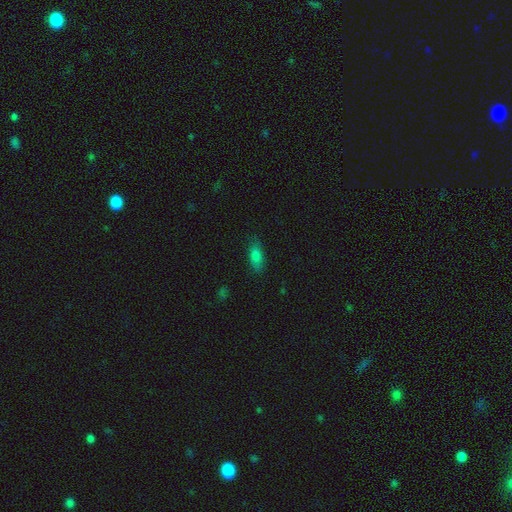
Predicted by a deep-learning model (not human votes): smooth 77%, featured or disk 13%, star or artifact 10%. Down the decision tree: how rounded — in between (77%); merging — none (82%).